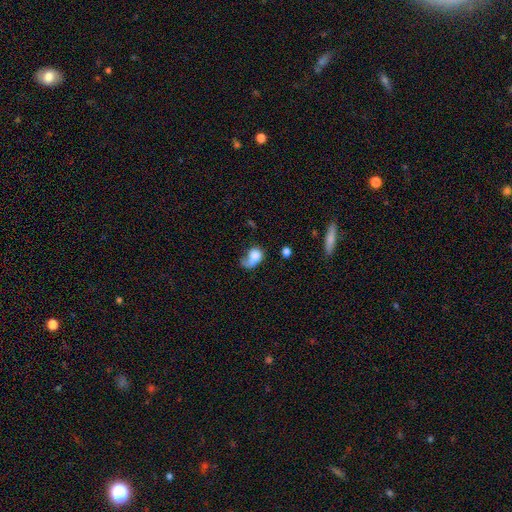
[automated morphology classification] Smooth or featured? Predicted: smooth (p=0.67). How rounded? Predicted: in between (p=0.59). Merging? Predicted: major disturbance (p=0.41).